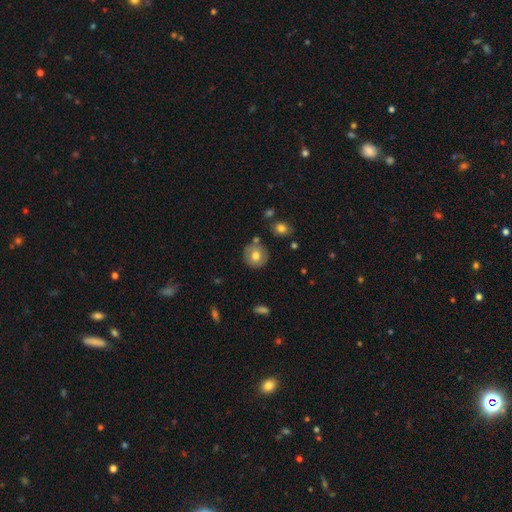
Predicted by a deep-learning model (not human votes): Smooth or featured: smooth — 69% (featured or disk — 22%)
How rounded: round — 90% (in between — 9%)
Merging: none — 82% (minor disturbance — 10%)